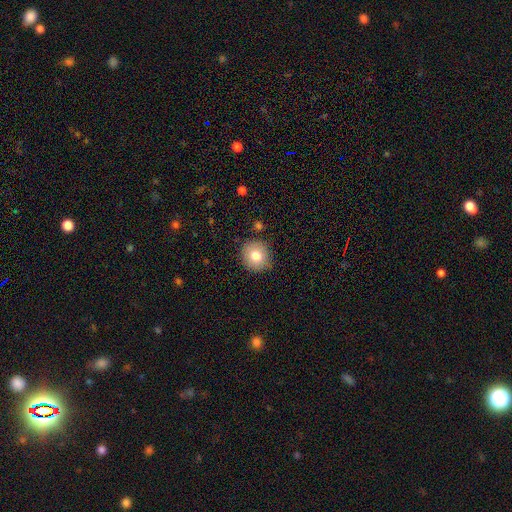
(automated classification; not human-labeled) This is likely a smooth galaxy (78%). How rounded: clearly round (88%). Merging: clearly none (86%).